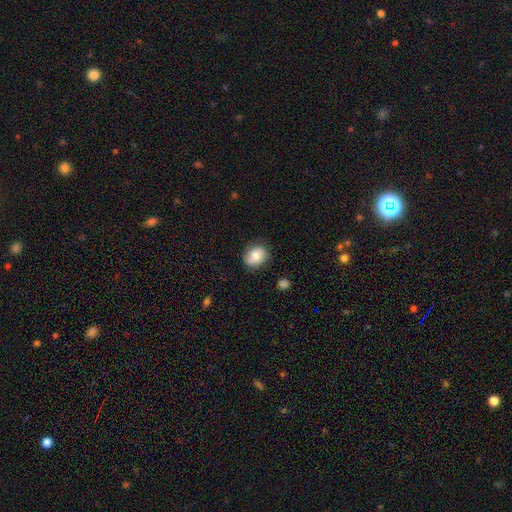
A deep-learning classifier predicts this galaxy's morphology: Smooth or featured?
  - smooth: 76% *
  - featured or disk: 16%
  - star or artifact: 9%
How rounded?
  - round: 56% *
  - in between: 43%
  - cigar-shaped: 1%
Merging?
  - none: 75% *
  - minor disturbance: 19%
  - major disturbance: 4%
  - merger: 2%